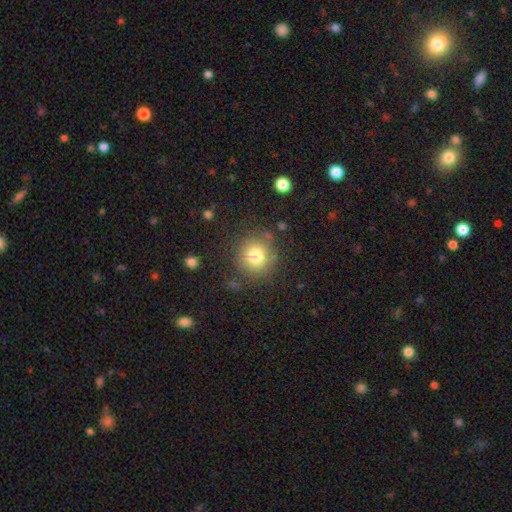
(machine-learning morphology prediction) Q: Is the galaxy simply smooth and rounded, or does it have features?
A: smooth — 80%.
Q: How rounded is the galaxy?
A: round — 87%.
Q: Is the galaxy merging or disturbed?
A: none — 80%.